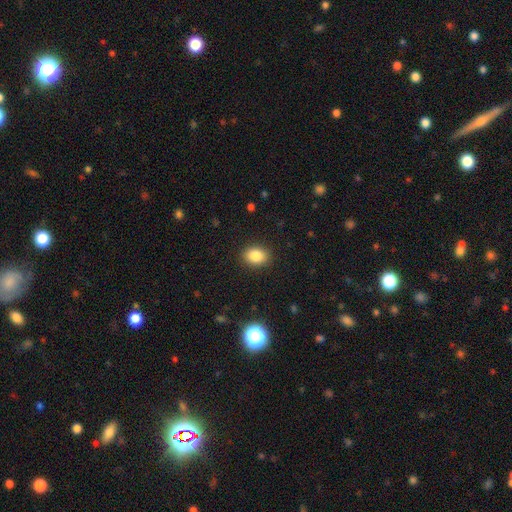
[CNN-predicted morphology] Smooth or featured? Predicted: smooth (p=0.85). How rounded? Predicted: in between (p=0.64). Merging? Predicted: none (p=0.89).